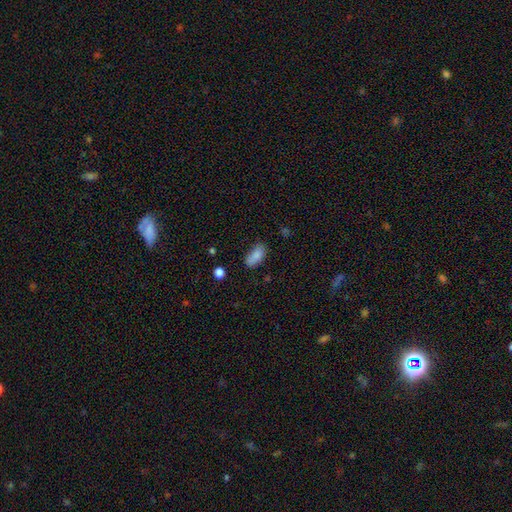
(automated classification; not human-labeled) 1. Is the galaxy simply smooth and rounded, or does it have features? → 84% smooth, 9% star or artifact, 7% featured or disk.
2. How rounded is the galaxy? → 89% in between, 8% cigar-shaped, 4% round.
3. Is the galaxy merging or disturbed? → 63% none, 26% minor disturbance, 7% major disturbance, 4% merger.